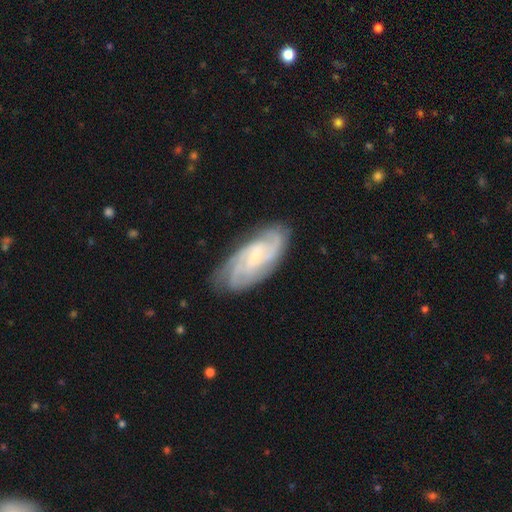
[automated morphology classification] Smooth or featured?
  - featured or disk: 82% *
  - smooth: 12%
  - star or artifact: 6%
Edge-on disk?
  - no: 94% *
  - yes: 6%
Bar?
  - weak: 44% *
  - no: 43%
  - strong: 12%
Spiral arms?
  - yes: 97% *
  - no: 3%
Spiral winding?
  - tight: 58% *
  - medium: 35%
  - loose: 8%
Spiral arm count?
  - 3: 26% *
  - can't tell: 25%
  - 2: 20%
  - 4: 18%
  - more than 4: 5%
  - 1: 5%
Bulge size?
  - small: 70% *
  - moderate: 20%
  - none: 7%
  - large: 1%
  - dominant: 1%
Merging?
  - none: 78% *
  - minor disturbance: 16%
  - major disturbance: 4%
  - merger: 1%